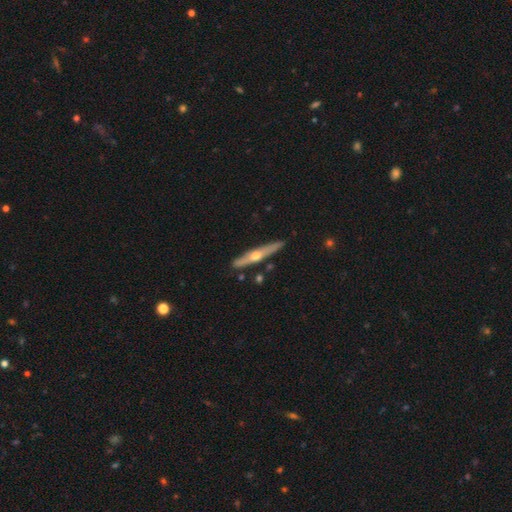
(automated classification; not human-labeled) featured or disk 66%, smooth 29%, star or artifact 5%. Down the decision tree: edge-on disk — yes (94%); edge-on bulge — rounded (89%); merging — none (88%).